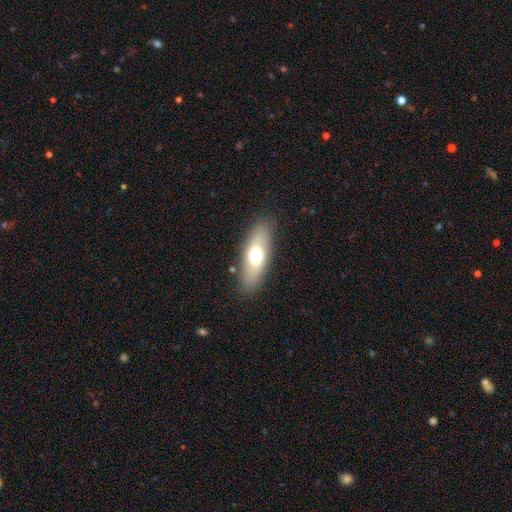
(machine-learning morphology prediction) type=smooth (61%); roundness=in between (70%); merging=none (85%).